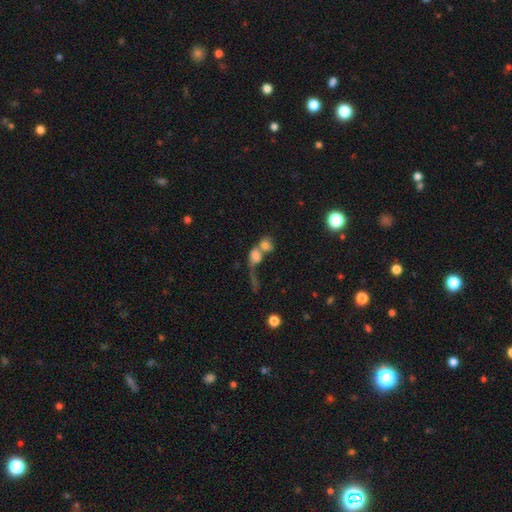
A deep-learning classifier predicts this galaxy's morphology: smooth-or-featured: smooth: 64% | featured or disk: 24% | star or artifact: 12%
  how-rounded: in between: 55% | round: 40% | cigar-shaped: 5%
  merging: merger: 68% | major disturbance: 15% | none: 12% | minor disturbance: 6%